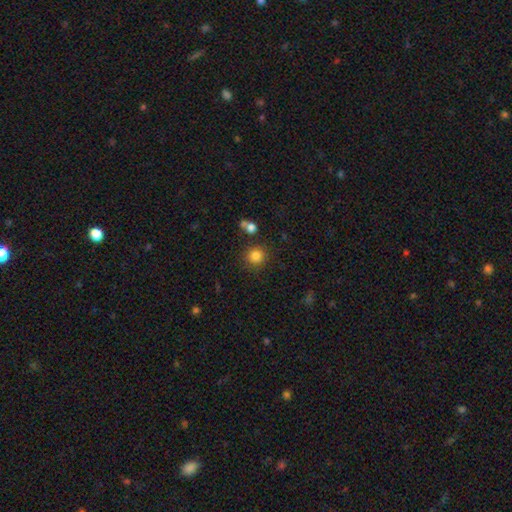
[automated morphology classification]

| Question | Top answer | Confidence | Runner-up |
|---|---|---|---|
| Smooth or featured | smooth | 83% | star or artifact (12%) |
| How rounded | round | 91% | in between (8%) |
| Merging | none | 82% | minor disturbance (8%) |